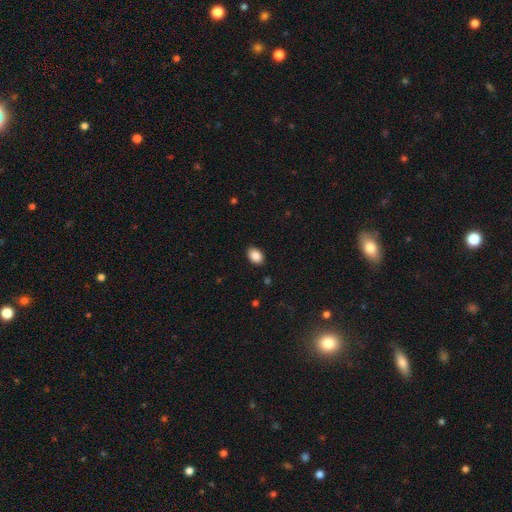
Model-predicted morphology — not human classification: This appears to be a smooth galaxy with no disk features (88%) that is in between round and cigar-shaped (80%). Merging: none (89%).